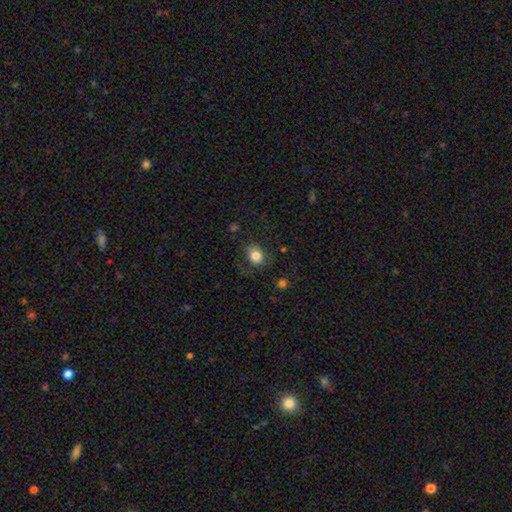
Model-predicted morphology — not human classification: smooth_or_featured: smooth (p=0.83) [alt: star or artifact p=0.11]
how_rounded: round (p=0.58) [alt: in between p=0.41]
merging: none (p=0.76) [alt: minor disturbance p=0.17]